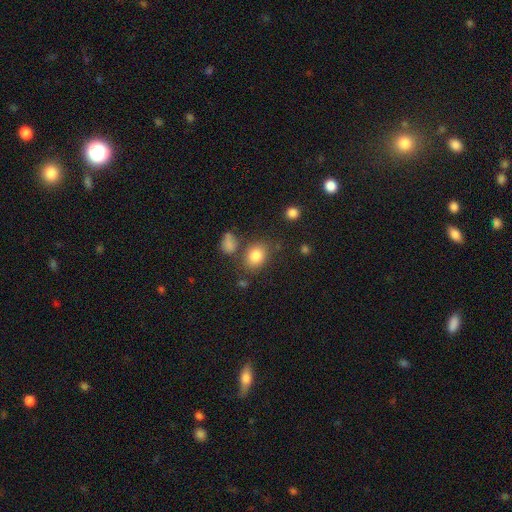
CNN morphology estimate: The model was most divided on "how rounded": in between: 56%, round: 43%, cigar-shaped: 1%. More confident: smooth or featured — smooth (82%); merging — none (72%).